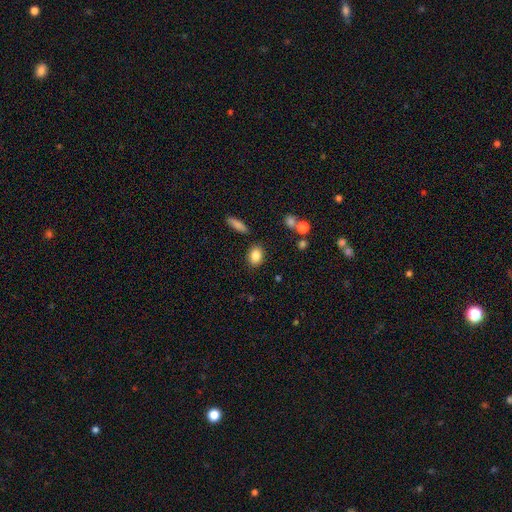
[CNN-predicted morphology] Q: Smooth or featured?
A: smooth (85%); runner-up: star or artifact (9%)
Q: How rounded?
A: in between (72%); runner-up: round (26%)
Q: Merging?
A: none (84%); runner-up: minor disturbance (9%)